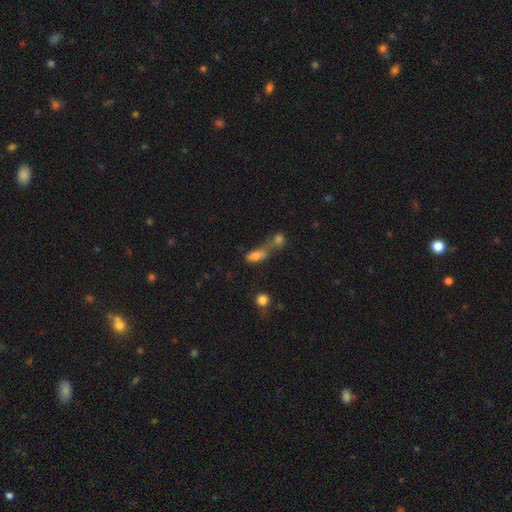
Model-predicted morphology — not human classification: A smooth galaxy with no disk features (75%) that is in between round and cigar-shaped (73%). Merging: merger (60%).